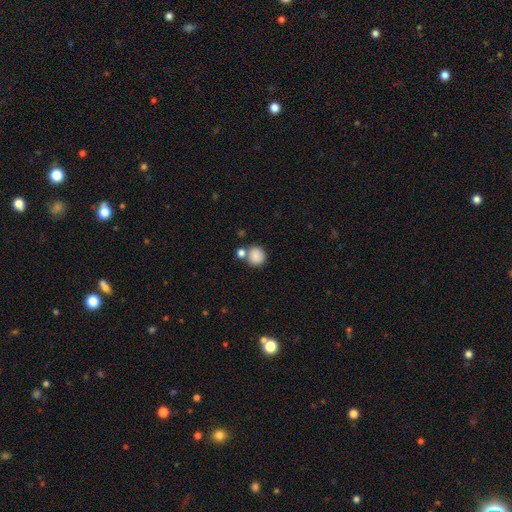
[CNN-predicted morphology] smooth 87%, star or artifact 9%, featured or disk 5%. Down the decision tree: how rounded — round (88%); merging — none (64%).